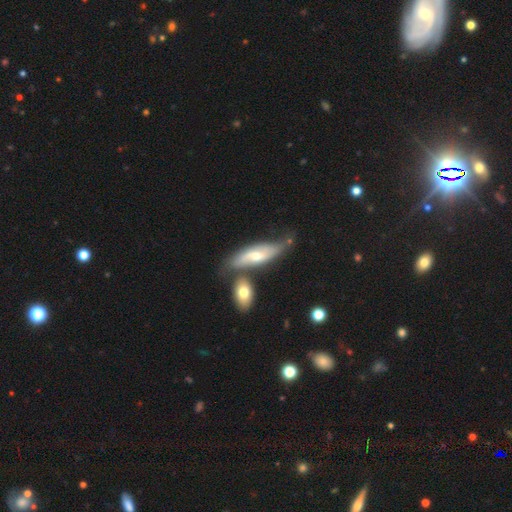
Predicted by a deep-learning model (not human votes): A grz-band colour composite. It shows a featured or disk galaxy (57%). Merging: none (47%).